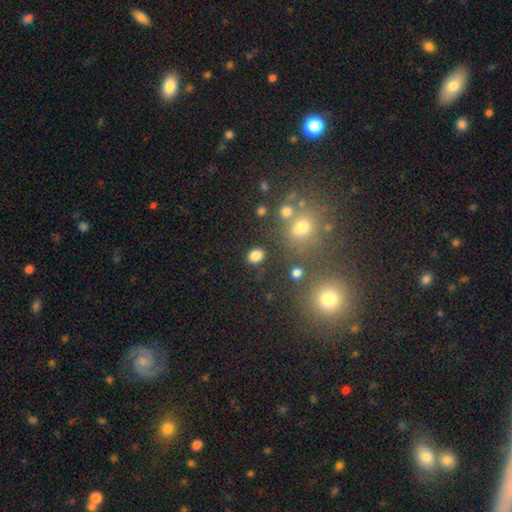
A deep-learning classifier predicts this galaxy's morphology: This appears to be a smooth galaxy with no disk features (82%) that is in between round and cigar-shaped (57%). Merging: none (83%).